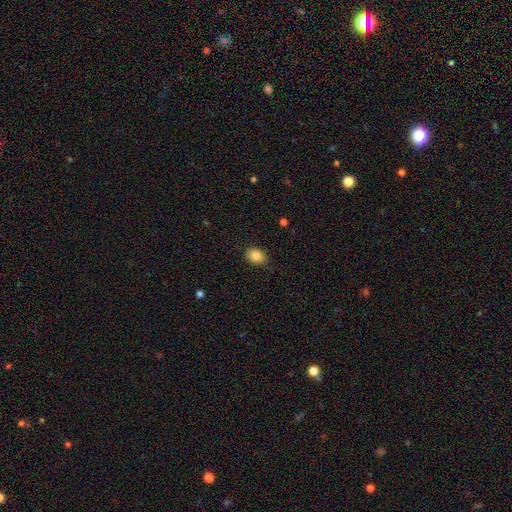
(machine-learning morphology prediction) Overall: smooth (86%). How rounded: in between (67%; round 32%). Merging: none (83%).